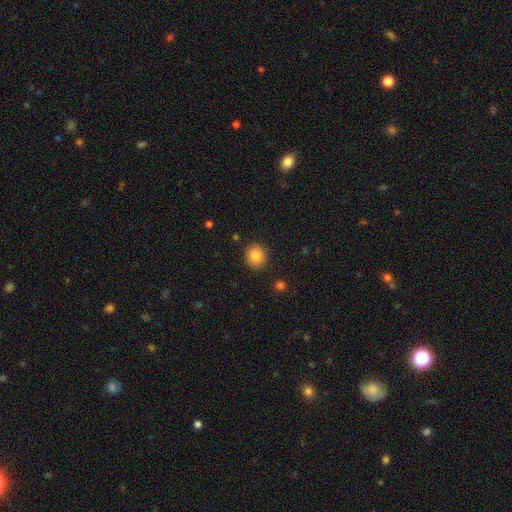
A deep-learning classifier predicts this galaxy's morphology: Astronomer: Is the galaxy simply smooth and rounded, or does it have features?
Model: smooth — 86%.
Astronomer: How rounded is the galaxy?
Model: round — 84%.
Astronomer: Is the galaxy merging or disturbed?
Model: none — 89%.